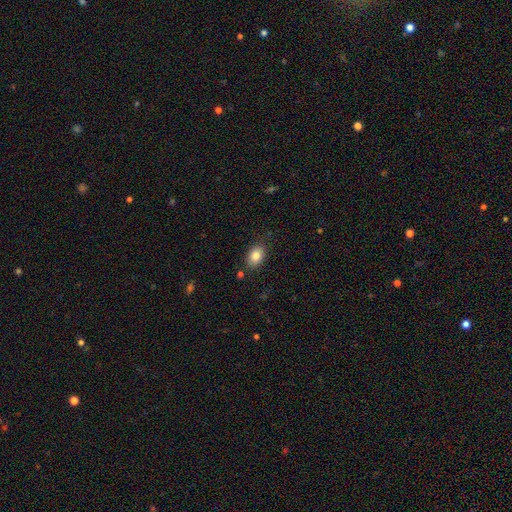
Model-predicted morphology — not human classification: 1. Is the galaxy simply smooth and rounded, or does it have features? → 83% smooth, 8% star or artifact, 8% featured or disk.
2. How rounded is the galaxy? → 82% in between, 17% round, 1% cigar-shaped.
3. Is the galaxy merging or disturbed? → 82% none, 12% minor disturbance, 3% major disturbance, 2% merger.